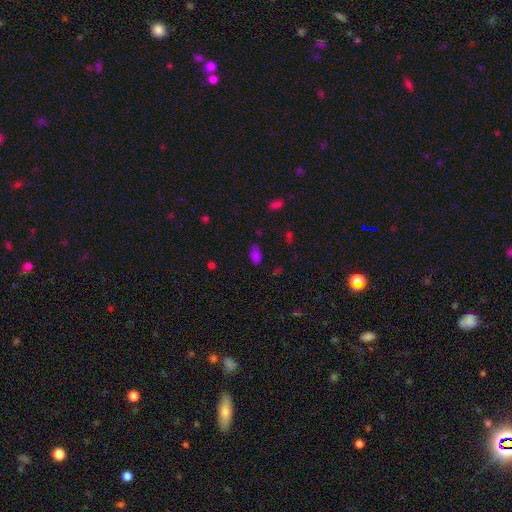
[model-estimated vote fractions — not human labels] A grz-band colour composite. It shows a smooth galaxy with no disk features (78%) that is in between round and cigar-shaped (93%). Merging: none (74%).